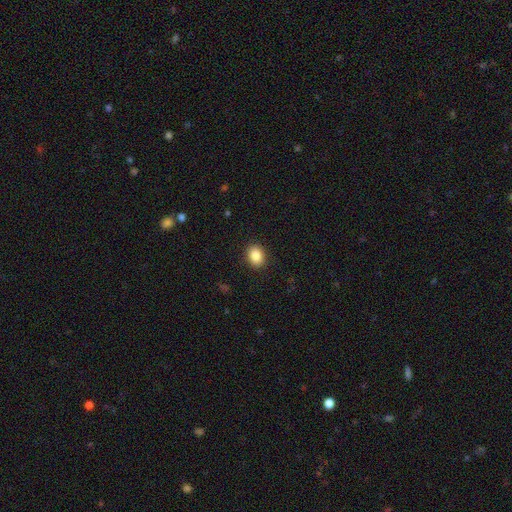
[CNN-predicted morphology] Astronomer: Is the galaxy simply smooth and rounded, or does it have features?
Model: smooth — 87%.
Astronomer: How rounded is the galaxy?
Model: in between — 56% (runner-up: round, 43%).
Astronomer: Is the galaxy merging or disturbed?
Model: none — 90%.